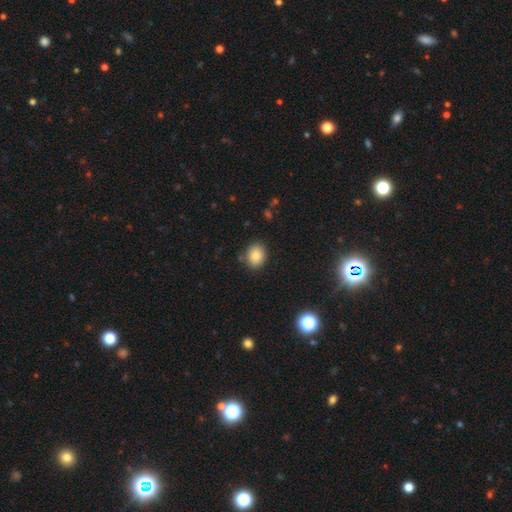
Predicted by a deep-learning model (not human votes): Smooth or featured?
  - smooth: 84% *
  - star or artifact: 10%
  - featured or disk: 6%
How rounded?
  - round: 52% *
  - in between: 47%
  - cigar-shaped: 1%
Merging?
  - none: 83% *
  - minor disturbance: 11%
  - merger: 3%
  - major disturbance: 3%